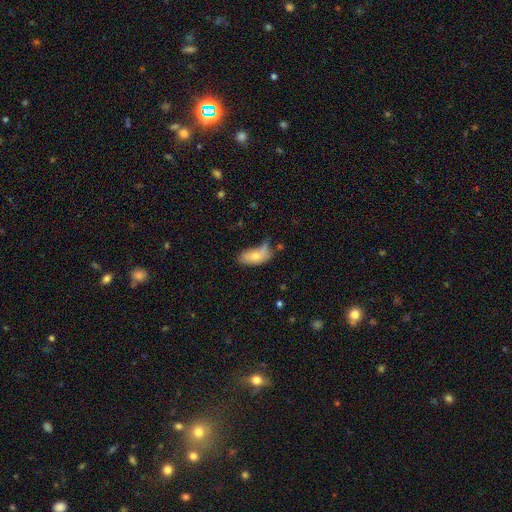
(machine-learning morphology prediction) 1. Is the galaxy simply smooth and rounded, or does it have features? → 70% smooth, 22% featured or disk, 8% star or artifact.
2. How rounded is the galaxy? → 91% in between, 5% cigar-shaped, 4% round.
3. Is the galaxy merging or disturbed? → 36% none, 35% minor disturbance, 19% major disturbance, 10% merger.